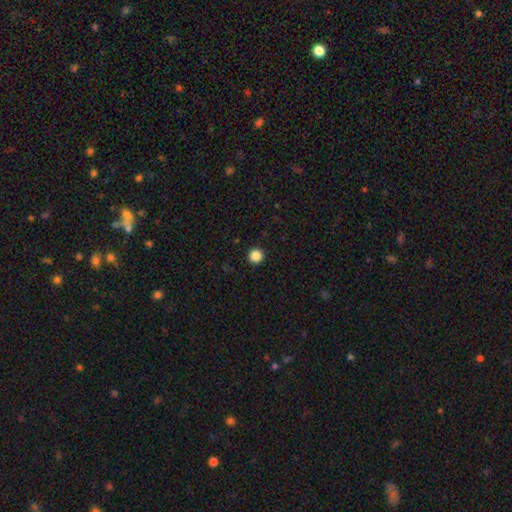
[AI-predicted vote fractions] A smooth galaxy with no disk features (86%) that is round (96%). Merging: none (94%).